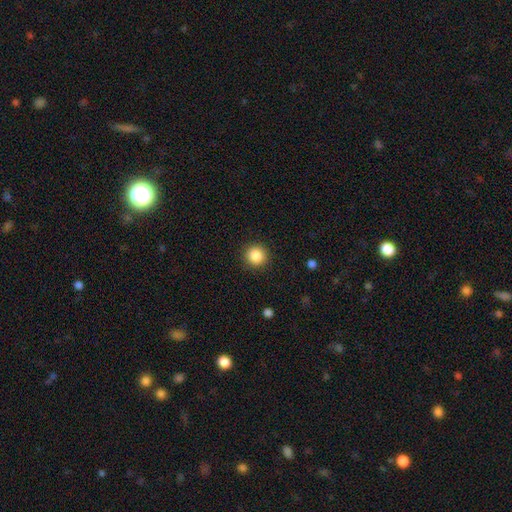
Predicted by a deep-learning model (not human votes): Overall: smooth (87%). How rounded: round (94%). Merging: none (91%).